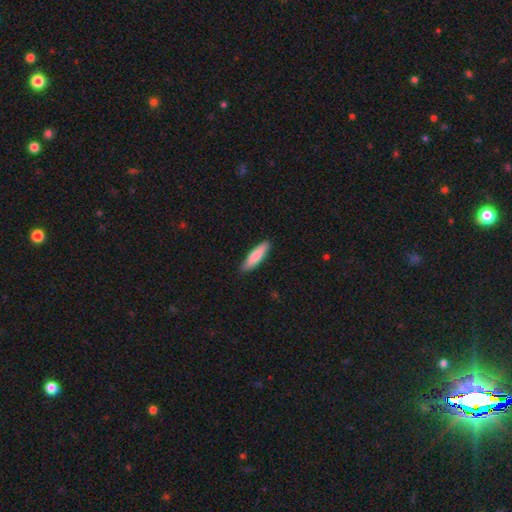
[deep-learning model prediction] This appears to be a smooth galaxy with no disk features (82%) that is cigar-shaped (74%). Merging: none (89%).